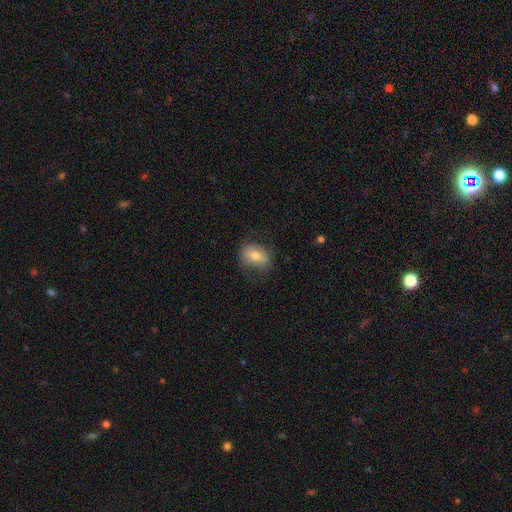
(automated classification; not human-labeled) Smooth or featured: smooth — 66% (featured or disk — 25%)
How rounded: in between — 59% (round — 40%)
Merging: none — 71% (minor disturbance — 19%)